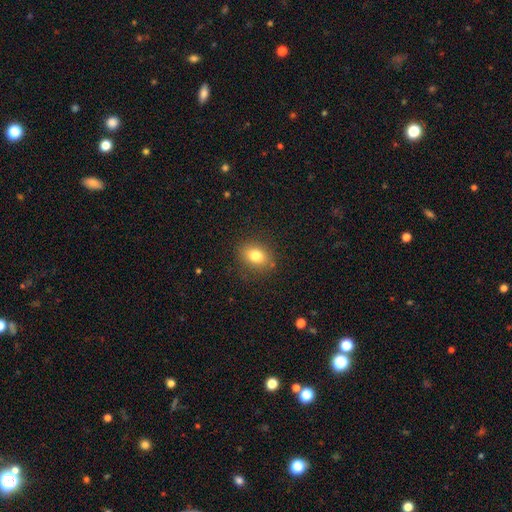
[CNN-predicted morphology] smooth 79%, star or artifact 10%, featured or disk 10%. Down the decision tree: how rounded — in between (66%); merging — none (85%).